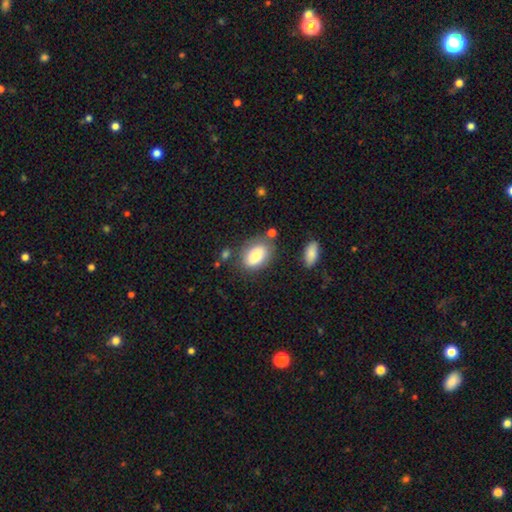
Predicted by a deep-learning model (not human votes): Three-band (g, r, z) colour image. It shows a smooth galaxy with no disk features (78%) that is in between round and cigar-shaped (87%). Merging: none (67%).